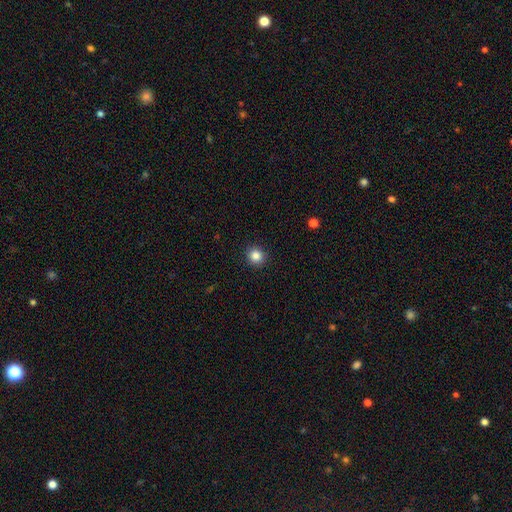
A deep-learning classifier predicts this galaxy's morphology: The model was most divided on "smooth or featured": smooth: 85%, star or artifact: 11%, featured or disk: 4%. More confident: merging — none (92%); how rounded — round (91%).